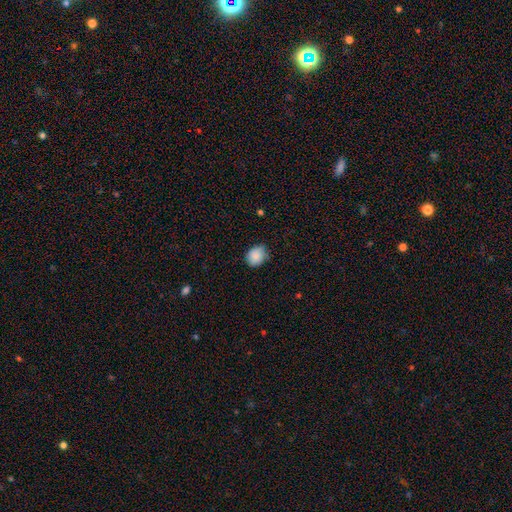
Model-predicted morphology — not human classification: The model was most divided on "how rounded": round: 53%, in between: 46%, cigar-shaped: 1%. More confident: smooth or featured — smooth (88%); merging — none (73%).